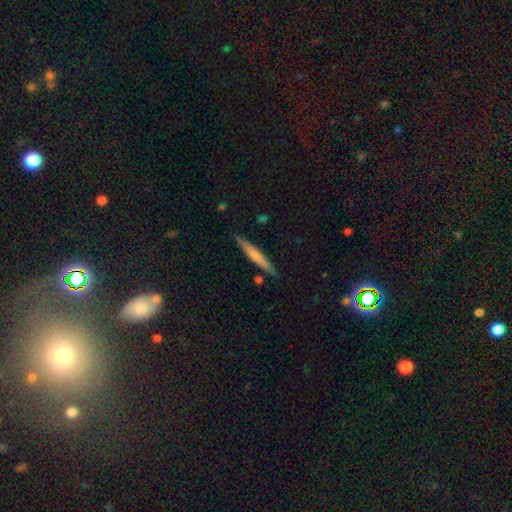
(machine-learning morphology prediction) This is possibly a smooth galaxy (56%). How rounded: clearly cigar-shaped (95%). Merging: clearly none (86%).